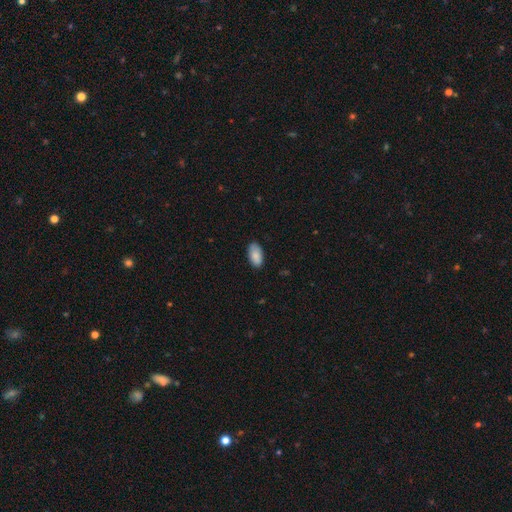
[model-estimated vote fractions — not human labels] smooth-or-featured: smooth: 86% | featured or disk: 8% | star or artifact: 6%
  how-rounded: in between: 95% | round: 3% | cigar-shaped: 2%
  merging: none: 83% | minor disturbance: 14% | major disturbance: 2% | merger: 1%